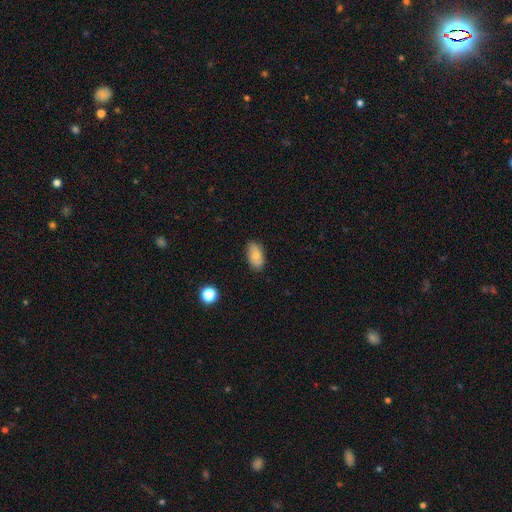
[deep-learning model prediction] Q: Smooth or featured?
A: smooth (73%); runner-up: featured or disk (20%)
Q: How rounded?
A: in between (92%); runner-up: round (6%)
Q: Merging?
A: none (82%); runner-up: minor disturbance (14%)